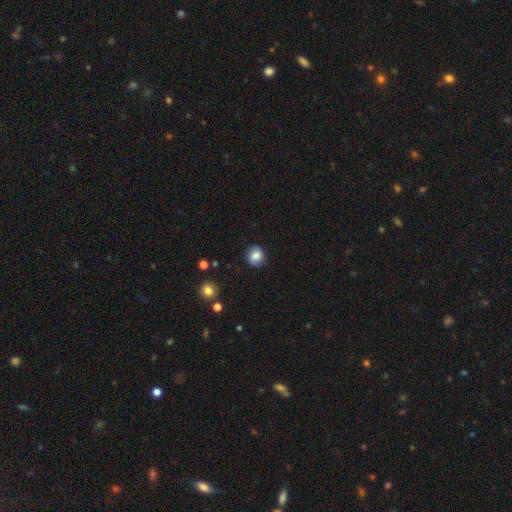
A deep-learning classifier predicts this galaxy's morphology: smooth-or-featured: smooth: 81% | featured or disk: 10% | star or artifact: 9%
  how-rounded: round: 82% | in between: 17% | cigar-shaped: 1%
  merging: none: 87% | minor disturbance: 9% | major disturbance: 2% | merger: 1%